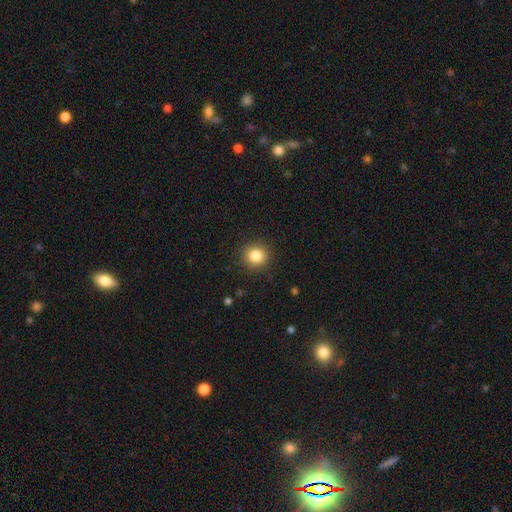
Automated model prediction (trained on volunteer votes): This is clearly a smooth galaxy (84%). How rounded: clearly round (91%). Merging: clearly none (90%).